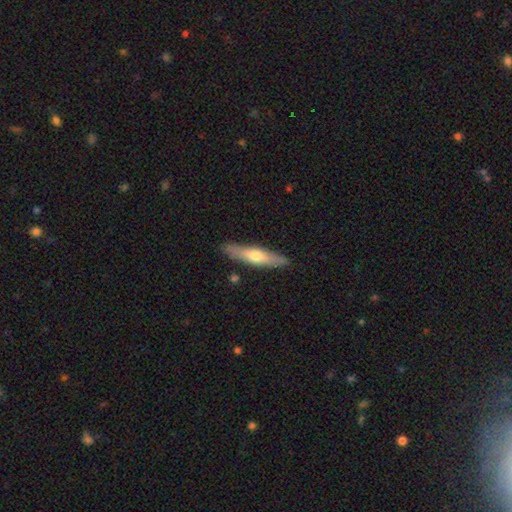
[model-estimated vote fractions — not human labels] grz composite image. It shows a smooth galaxy with no disk features (49%). Merging: none (88%).